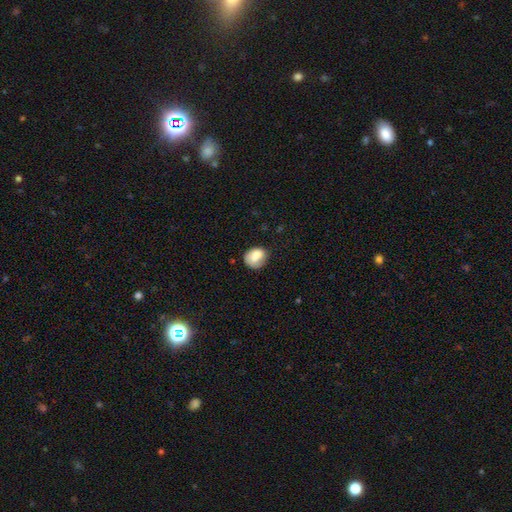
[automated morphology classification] A smooth galaxy with no disk features (74%) that is round (57%). Merging: none (51%).